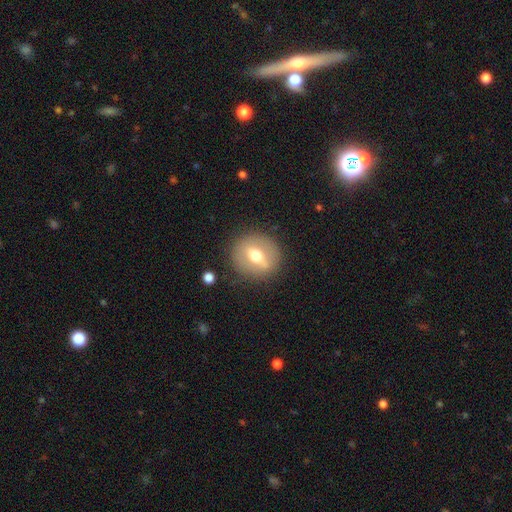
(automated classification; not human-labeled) smooth_or_featured: featured or disk (p=0.46) [tied with: smooth p=0.46]
merging: none (p=0.85) [alt: minor disturbance p=0.09]